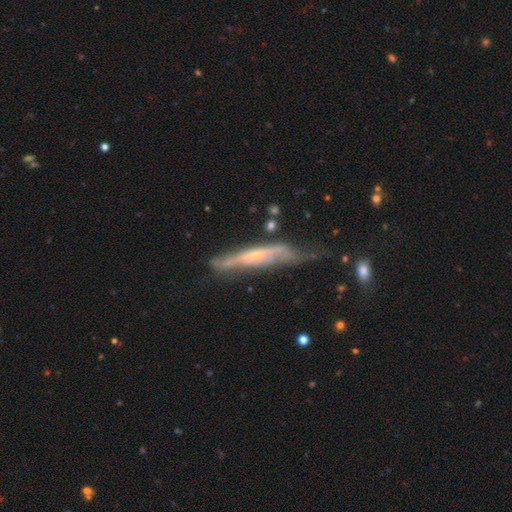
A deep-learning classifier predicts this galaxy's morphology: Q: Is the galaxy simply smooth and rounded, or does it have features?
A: featured or disk — 73%.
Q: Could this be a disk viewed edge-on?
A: yes — 70%.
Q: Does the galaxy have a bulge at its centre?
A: rounded — 51%.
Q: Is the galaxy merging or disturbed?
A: none — 47%.